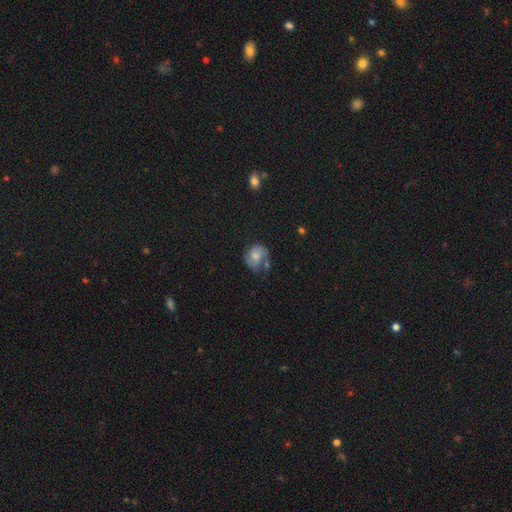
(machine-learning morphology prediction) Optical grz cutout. It shows a smooth galaxy with no disk features (49%). Merging: none (44%).